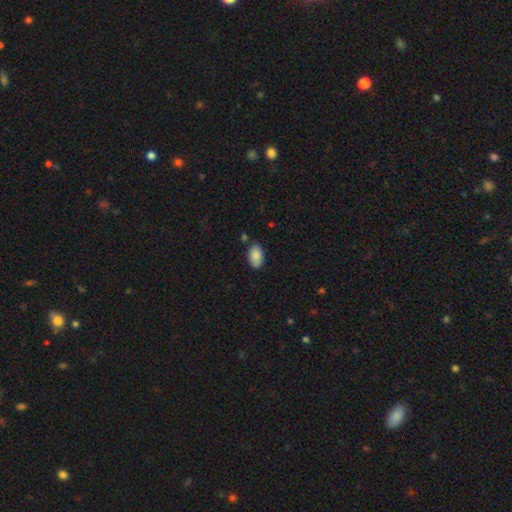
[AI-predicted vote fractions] Smooth or featured? smooth (88%)
How rounded? in between (93%)
Merging? none (79%)